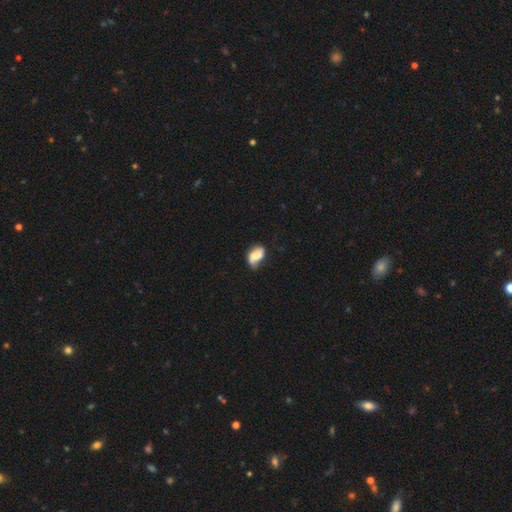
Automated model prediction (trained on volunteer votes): A smooth galaxy with no disk features (50%) that is in between round and cigar-shaped (86%). Merging: none (45%).